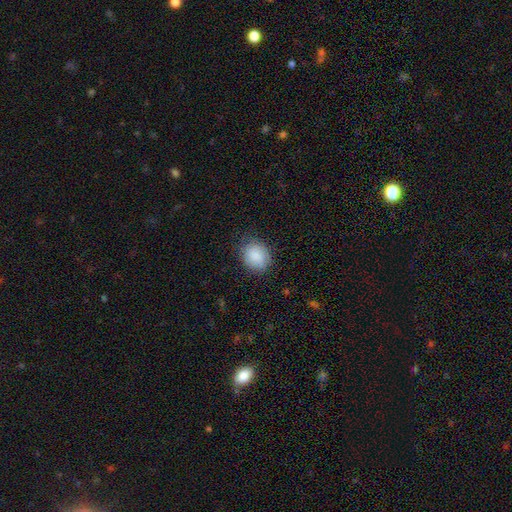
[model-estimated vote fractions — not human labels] smooth_or_featured: smooth (p=0.87) [alt: star or artifact p=0.07]
how_rounded: round (p=0.55) [alt: in between p=0.44]
merging: none (p=0.77) [alt: minor disturbance p=0.18]